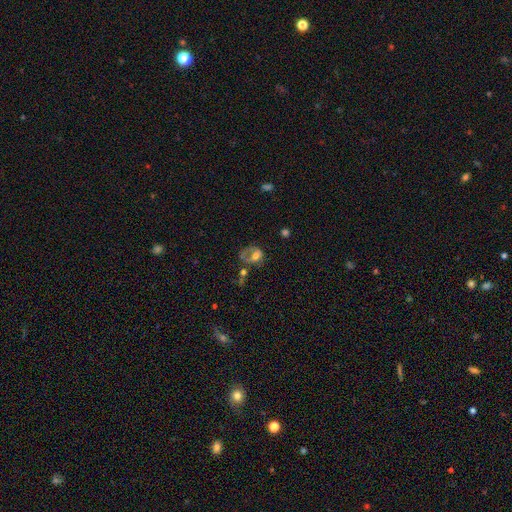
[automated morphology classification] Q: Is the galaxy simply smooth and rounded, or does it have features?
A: smooth — 48%.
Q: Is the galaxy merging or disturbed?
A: major disturbance — 37%.